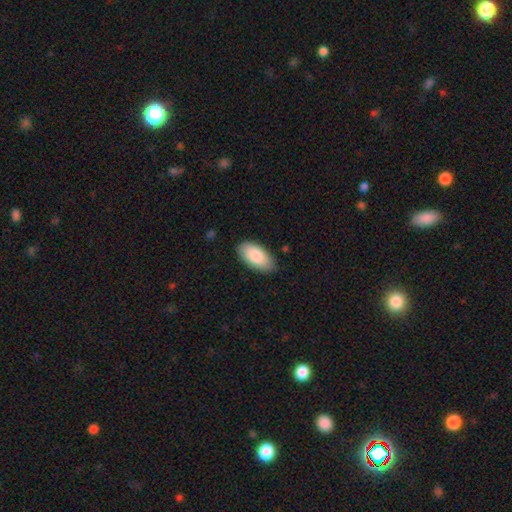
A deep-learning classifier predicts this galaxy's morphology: This appears to be a smooth galaxy with no disk features (86%) that is in between round and cigar-shaped (94%). Merging: none (82%).